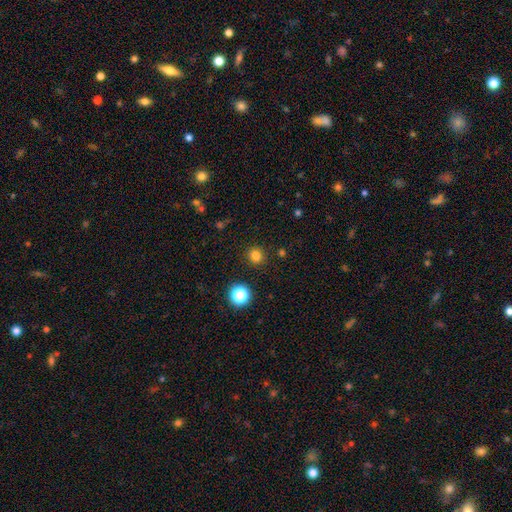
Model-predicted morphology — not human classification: type=smooth (80%); roundness=round (91%); merging=none (91%).